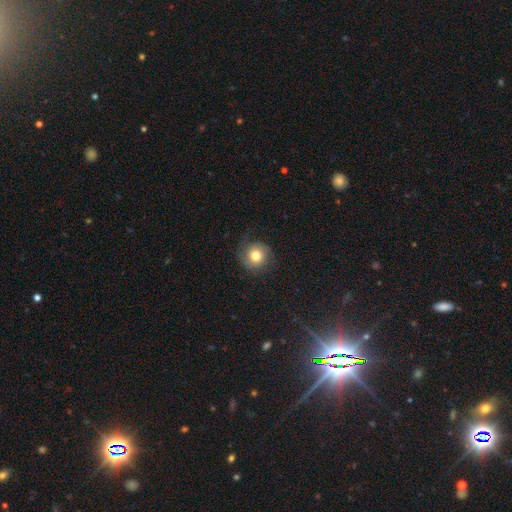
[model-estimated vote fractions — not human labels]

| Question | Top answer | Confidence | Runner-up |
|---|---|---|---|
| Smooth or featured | smooth | 72% | featured or disk (17%) |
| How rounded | round | 91% | in between (8%) |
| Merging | none | 76% | minor disturbance (15%) |